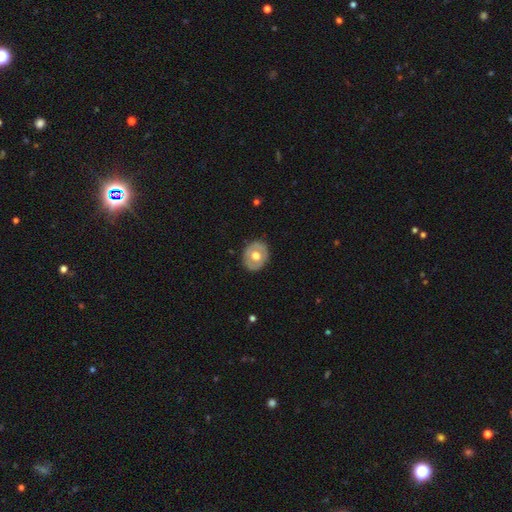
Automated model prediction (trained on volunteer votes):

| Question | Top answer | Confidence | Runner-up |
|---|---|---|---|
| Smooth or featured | smooth | 49% | featured or disk (46%) |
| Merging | none | 85% | minor disturbance (11%) |